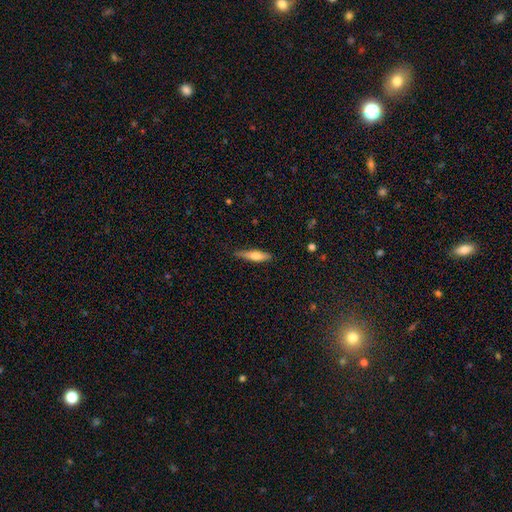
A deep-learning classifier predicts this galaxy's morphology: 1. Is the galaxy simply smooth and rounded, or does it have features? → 56% smooth, 38% featured or disk, 6% star or artifact.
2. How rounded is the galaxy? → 76% cigar-shaped, 22% in between, 2% round.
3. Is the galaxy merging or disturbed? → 80% none, 16% minor disturbance, 3% major disturbance, 1% merger.